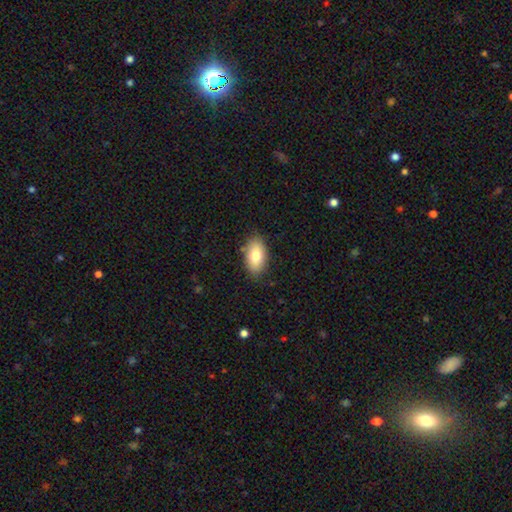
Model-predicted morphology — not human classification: The model was most divided on "smooth or featured": smooth: 78%, featured or disk: 15%, star or artifact: 7%. More confident: how rounded — in between (93%); merging — none (84%).